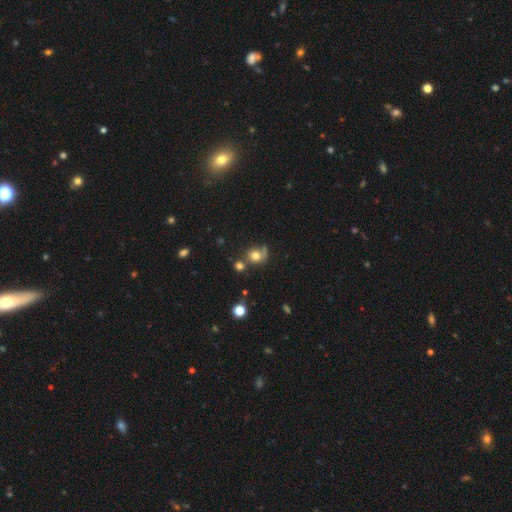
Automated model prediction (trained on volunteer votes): Smooth or featured? Predicted: smooth (p=0.75). How rounded? Predicted: round (p=0.77). Merging? Predicted: none (p=0.48).